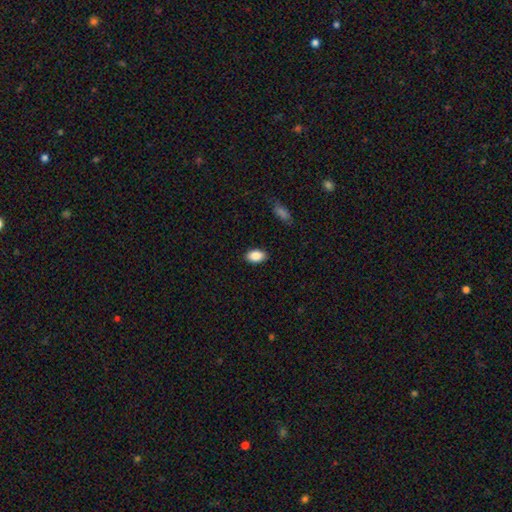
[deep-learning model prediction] Smooth or featured? smooth (88%)
How rounded? in between (90%)
Merging? none (88%)